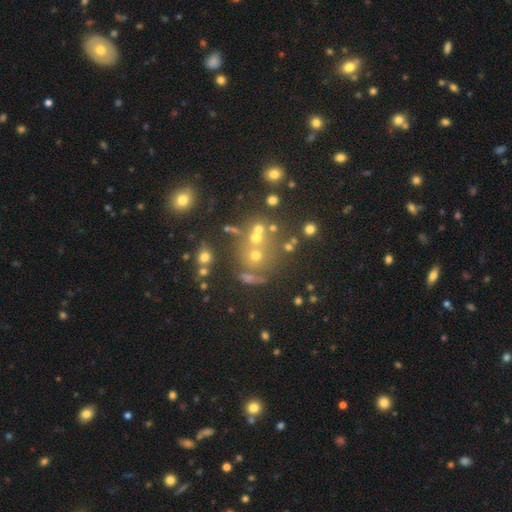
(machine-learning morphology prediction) Smooth or featured? smooth (54%)
How rounded? round (82%)
Merging? none (56%)